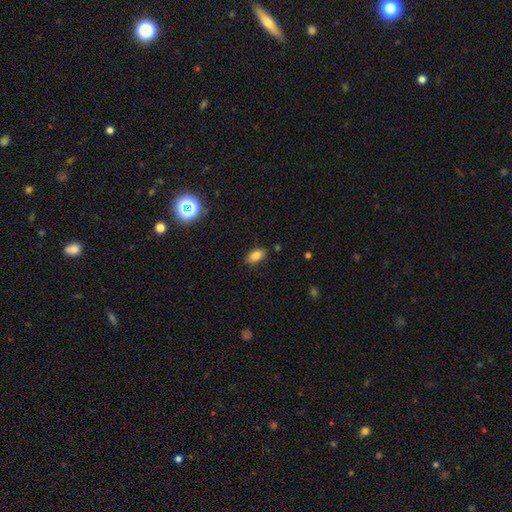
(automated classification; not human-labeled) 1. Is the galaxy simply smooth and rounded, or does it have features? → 84% smooth, 10% star or artifact, 6% featured or disk.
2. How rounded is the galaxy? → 90% in between, 5% round, 5% cigar-shaped.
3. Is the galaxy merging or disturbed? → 84% none, 12% minor disturbance, 3% major disturbance, 2% merger.